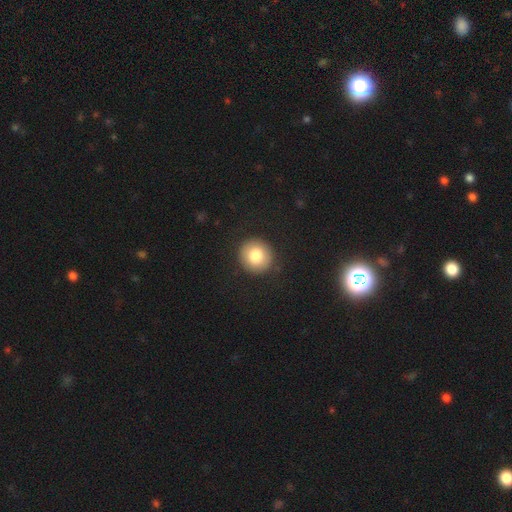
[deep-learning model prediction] The model was most divided on "smooth or featured": smooth: 82%, featured or disk: 10%, star or artifact: 8%. More confident: how rounded — round (93%); merging — none (90%).